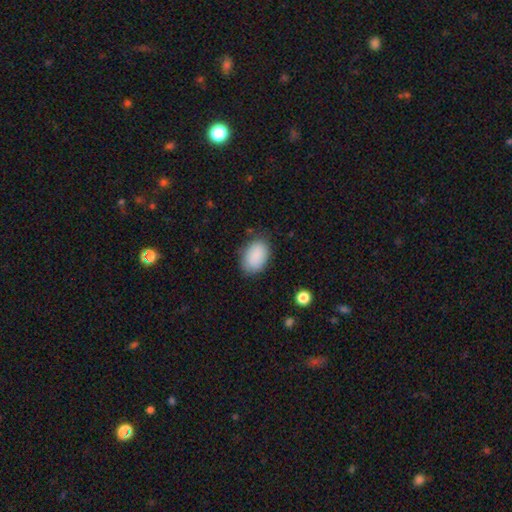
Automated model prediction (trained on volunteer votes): The model was most divided on "merging": none: 81%, minor disturbance: 14%, major disturbance: 4%, merger: 1%. More confident: how rounded — in between (89%); smooth or featured — smooth (89%).